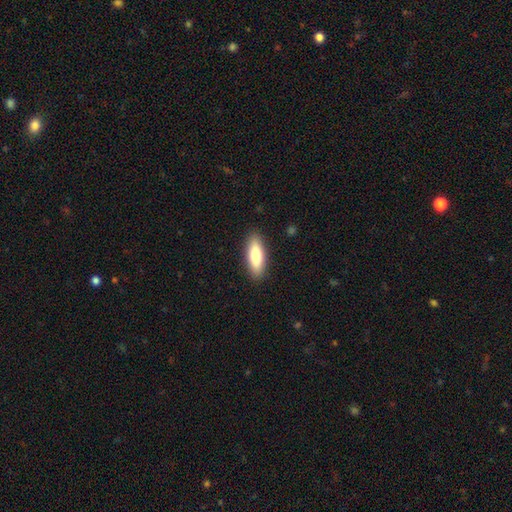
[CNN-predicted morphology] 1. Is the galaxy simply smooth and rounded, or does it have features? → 79% smooth, 15% featured or disk, 6% star or artifact.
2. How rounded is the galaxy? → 55% in between, 43% cigar-shaped, 2% round.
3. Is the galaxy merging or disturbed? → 89% none, 8% minor disturbance, 2% major disturbance, 1% merger.